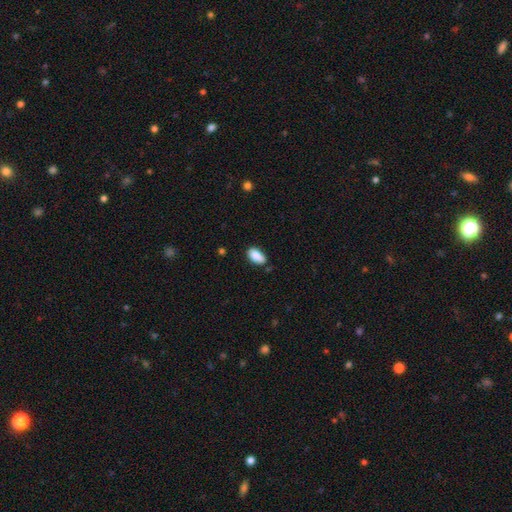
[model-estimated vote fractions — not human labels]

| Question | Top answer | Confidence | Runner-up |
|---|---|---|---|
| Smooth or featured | smooth | 80% | featured or disk (12%) |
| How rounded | in between | 91% | round (6%) |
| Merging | none | 59% | minor disturbance (28%) |